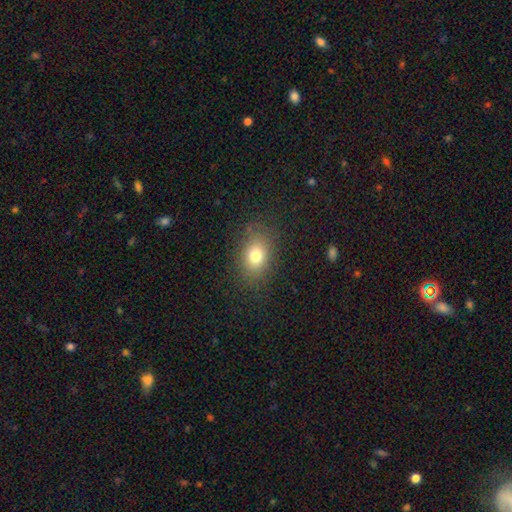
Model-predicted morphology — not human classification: Overall: smooth (77%). How rounded: in between (68%; round 30%). Merging: none (83%).